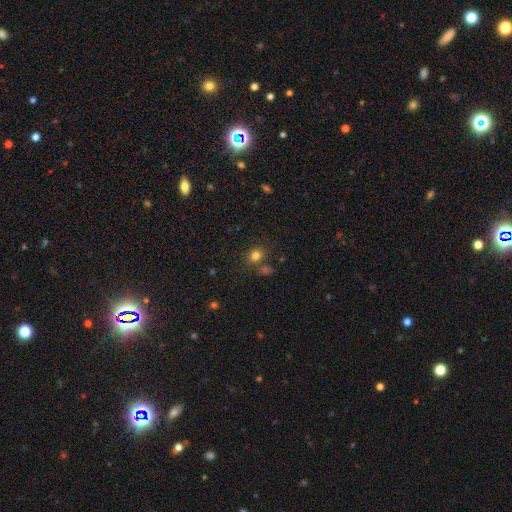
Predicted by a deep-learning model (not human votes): Q: Smooth or featured?
A: smooth (79%); runner-up: star or artifact (15%)
Q: How rounded?
A: round (74%); runner-up: in between (25%)
Q: Merging?
A: none (73%); runner-up: merger (13%)